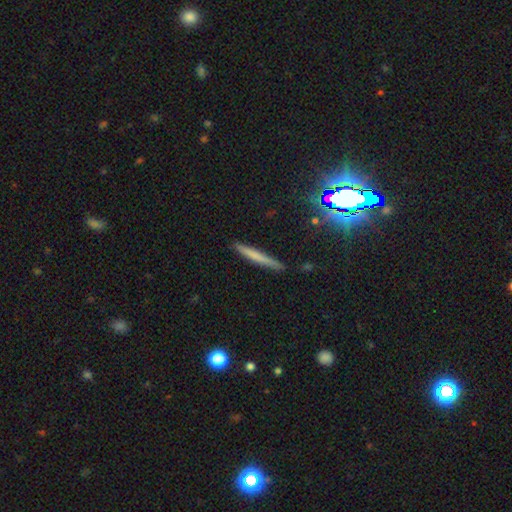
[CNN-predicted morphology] A smooth galaxy with no disk features (60%) that is cigar-shaped (95%).

Vote fractions:
- Smooth or featured? smooth: 60% / featured or disk: 28% / star or artifact: 12%
- How rounded? cigar-shaped: 95% / in between: 3% / round: 2%
- Merging? none: 88% / minor disturbance: 9% / major disturbance: 2% / merger: 2%